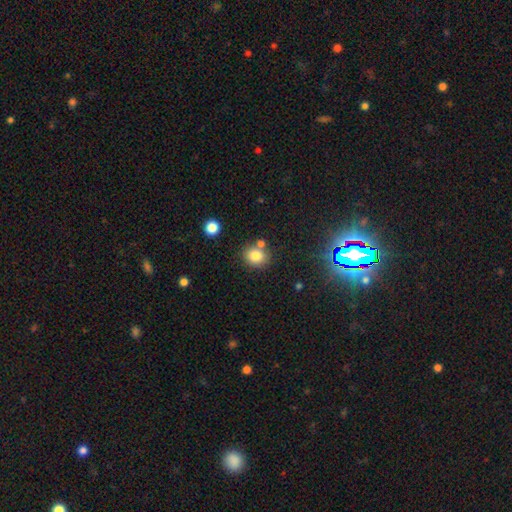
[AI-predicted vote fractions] smooth-or-featured: smooth: 80% | star or artifact: 12% | featured or disk: 8%
  how-rounded: round: 70% | in between: 29% | cigar-shaped: 1%
  merging: none: 72% | merger: 15% | minor disturbance: 11% | major disturbance: 3%